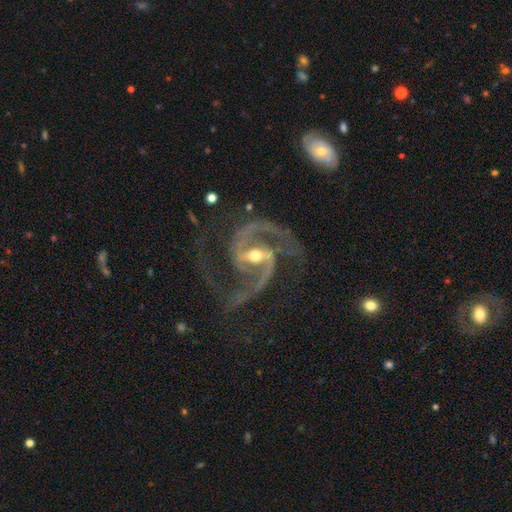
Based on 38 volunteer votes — Q: Smooth or featured?
A: featured or disk (92%); runner-up: star or artifact (5%)
Q: Edge-on disk?
A: no (97%); runner-up: yes (3%)
Q: Bar?
A: strong (47%); runner-up: weak (44%)
Q: Spiral arms?
A: yes (97%); runner-up: no (3%)
Q: Spiral winding?
A: medium (67%); runner-up: loose (24%)
Q: Spiral arm count?
A: 2 (97%); runner-up: 3 (3%)
Q: Bulge size?
A: moderate (71%); runner-up: large (15%)
Q: Merging?
A: none (64%); runner-up: major disturbance (22%)